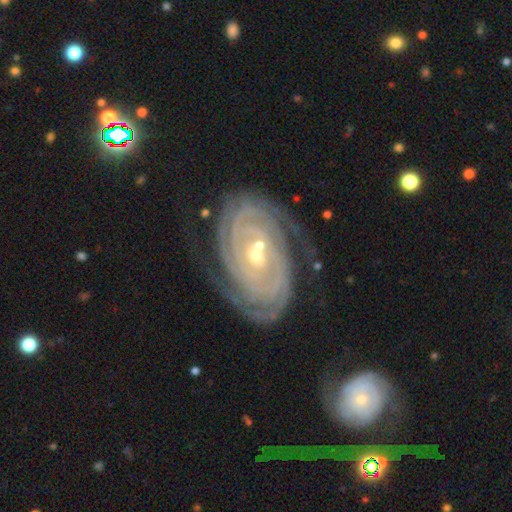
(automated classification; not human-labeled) This appears to be a featured or disk galaxy (91%) with no bar (43%), 2 (27%) tight (86%) spiral arms (98%) and a small central bulge (60%). Merging: none (74%).